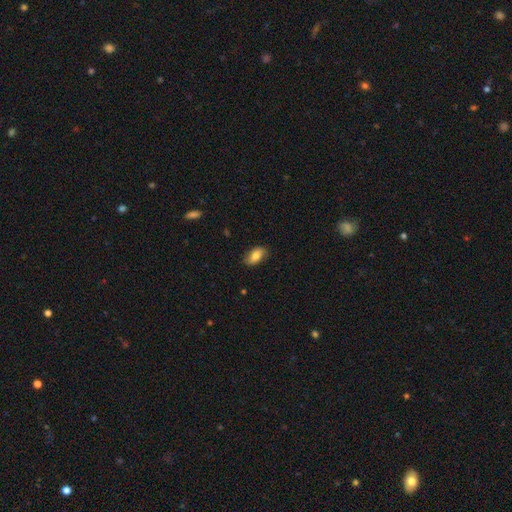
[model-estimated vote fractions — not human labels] Smooth or featured? Predicted: smooth (p=0.80). How rounded? Predicted: in between (p=0.91). Merging? Predicted: none (p=0.82).